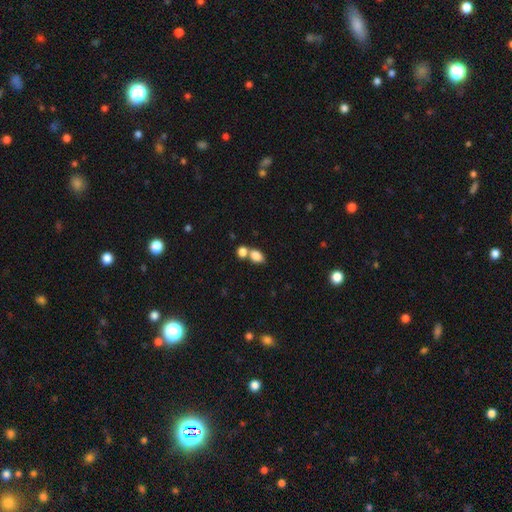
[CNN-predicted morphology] This appears to be a smooth galaxy with no disk features (83%) that is in between round and cigar-shaped (80%). Merging: merger (43%, tied with none).